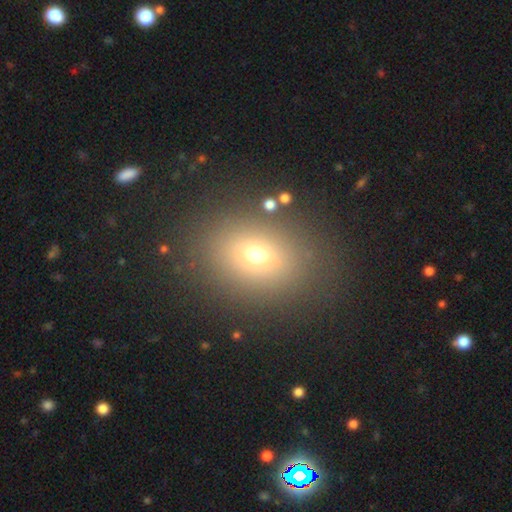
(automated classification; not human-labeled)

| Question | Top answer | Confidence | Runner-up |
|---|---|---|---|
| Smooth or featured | smooth | 67% | star or artifact (21%) |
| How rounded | in between | 55% | round (43%) |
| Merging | none | 84% | minor disturbance (8%) |